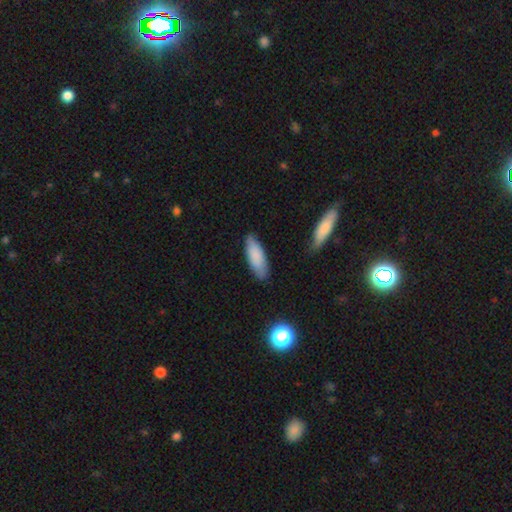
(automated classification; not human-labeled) smooth 84%, featured or disk 10%, star or artifact 6%. Down the decision tree: how rounded — in between (65%); merging — none (80%).